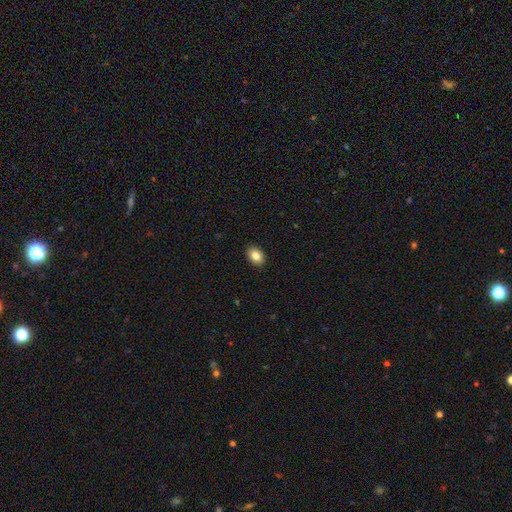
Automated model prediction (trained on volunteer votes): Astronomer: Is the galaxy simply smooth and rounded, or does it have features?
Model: smooth — 84%.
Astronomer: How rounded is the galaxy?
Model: in between — 69%.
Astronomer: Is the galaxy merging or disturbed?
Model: none — 91%.